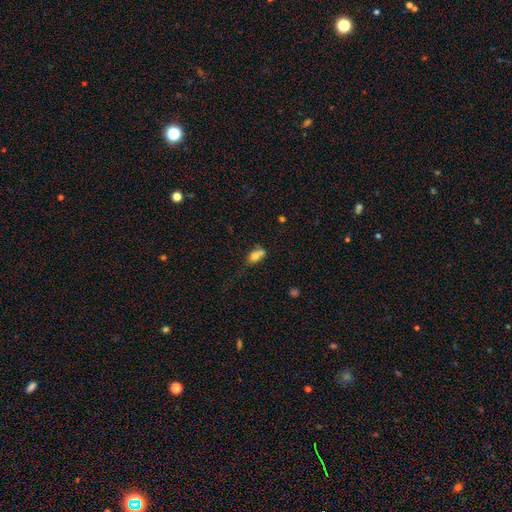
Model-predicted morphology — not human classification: Smooth or featured? Predicted: smooth (p=0.71). How rounded? Predicted: in between (p=0.72). Merging? Predicted: merger (p=0.44).